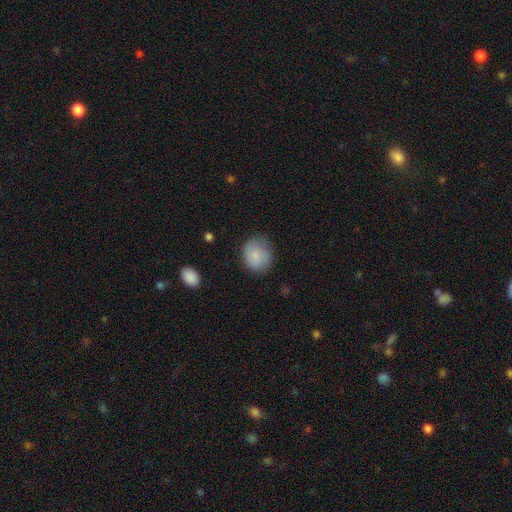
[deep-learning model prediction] A smooth galaxy with no disk features (80%) that is round (74%). Merging: none (75%).